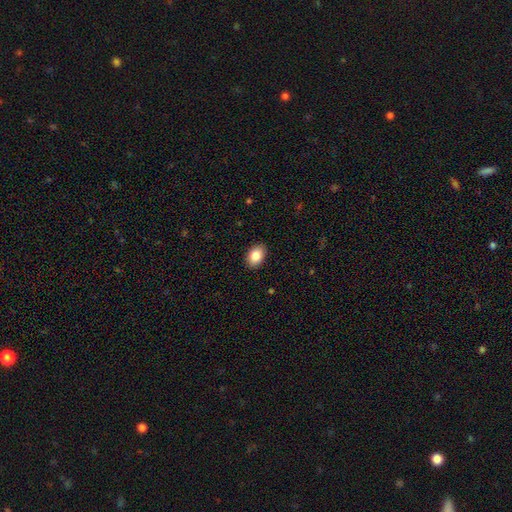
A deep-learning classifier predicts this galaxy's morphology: Smooth or featured? smooth (87%)
How rounded? in between (83%)
Merging? none (89%)